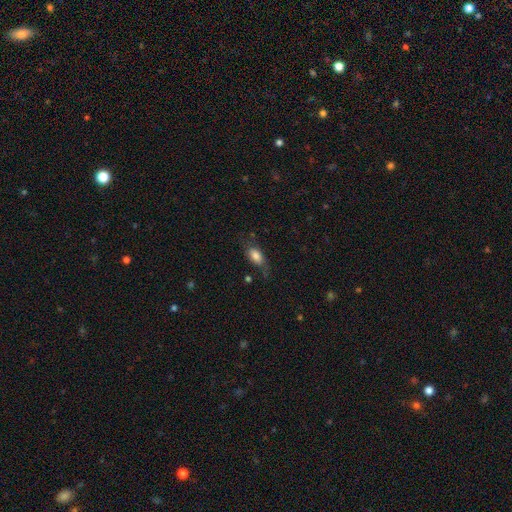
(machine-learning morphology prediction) Smooth or featured? smooth (75%)
How rounded? in between (86%)
Merging? none (54%)